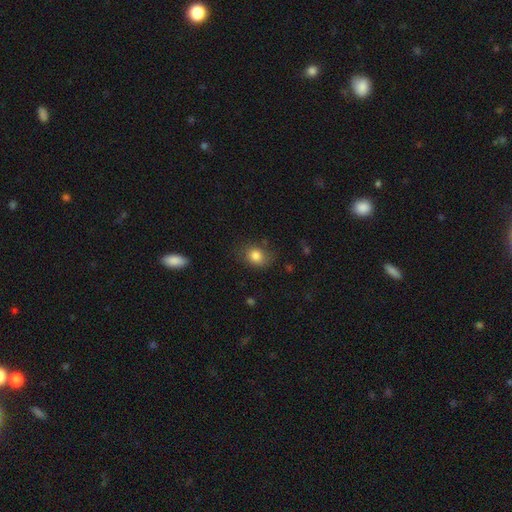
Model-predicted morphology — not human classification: Smooth or featured: smooth — 83% (star or artifact — 10%)
How rounded: round — 53% (in between — 46%)
Merging: none — 72% (minor disturbance — 20%)